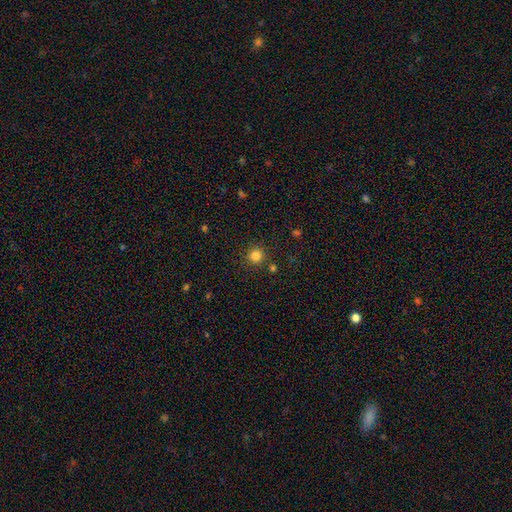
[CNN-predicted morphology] The model was most divided on "smooth or featured": smooth: 82%, star or artifact: 13%, featured or disk: 4%. More confident: how rounded — round (94%); merging — none (87%).